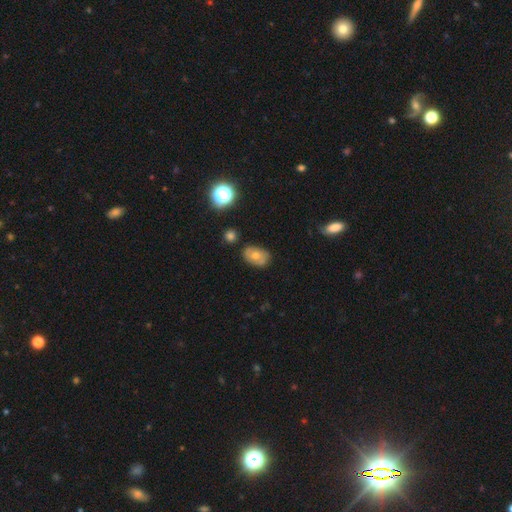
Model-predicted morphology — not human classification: Q: Smooth or featured?
A: smooth (62%); runner-up: featured or disk (26%)
Q: How rounded?
A: in between (82%); runner-up: round (17%)
Q: Merging?
A: none (74%); runner-up: minor disturbance (19%)